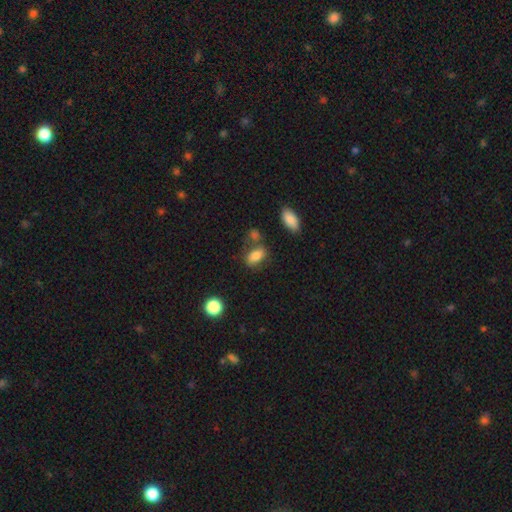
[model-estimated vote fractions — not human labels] Q: Smooth or featured?
A: smooth (81%); runner-up: star or artifact (9%)
Q: How rounded?
A: in between (87%); runner-up: round (9%)
Q: Merging?
A: none (60%); runner-up: minor disturbance (19%)